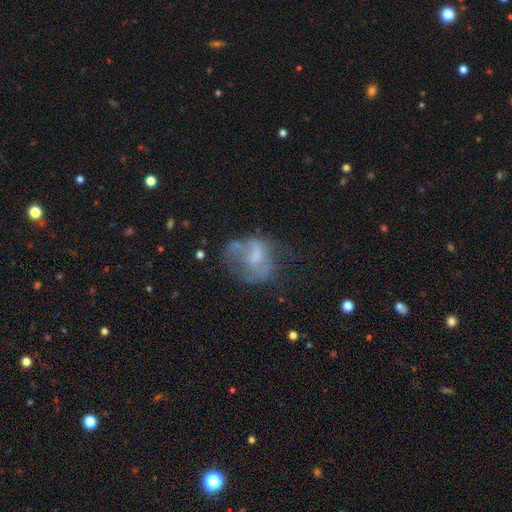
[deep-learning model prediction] A featured or disk galaxy (52%) with no bar (63%), no spiral arms (61%) and no central bulge (40%). Merging: none (36%).